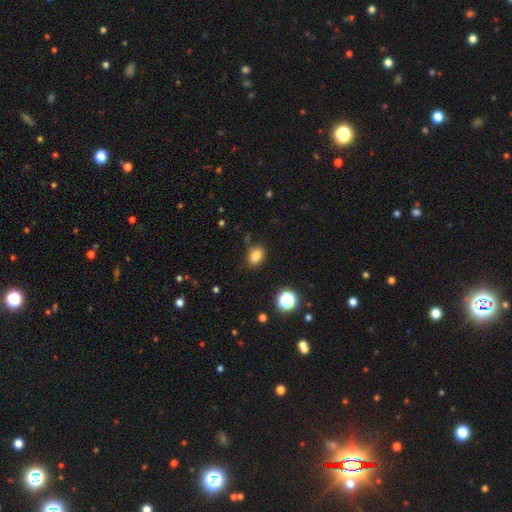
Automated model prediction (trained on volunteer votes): Smooth or featured?
  - smooth: 81% *
  - star or artifact: 13%
  - featured or disk: 6%
How rounded?
  - in between: 75% *
  - round: 23%
  - cigar-shaped: 1%
Merging?
  - none: 81% *
  - minor disturbance: 13%
  - major disturbance: 3%
  - merger: 3%